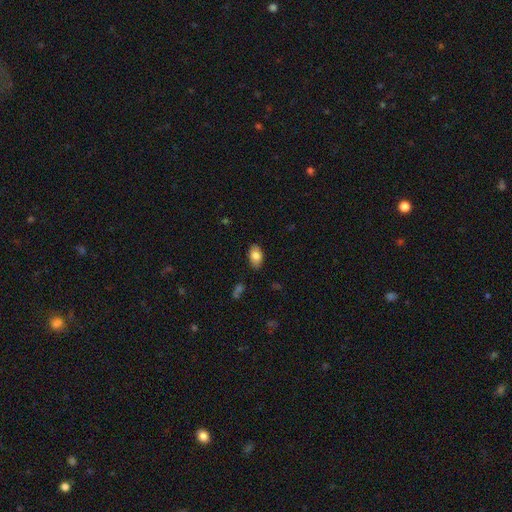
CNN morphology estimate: Smooth or featured: smooth — 82% (featured or disk — 11%)
How rounded: in between — 92% (round — 6%)
Merging: none — 85% (minor disturbance — 11%)